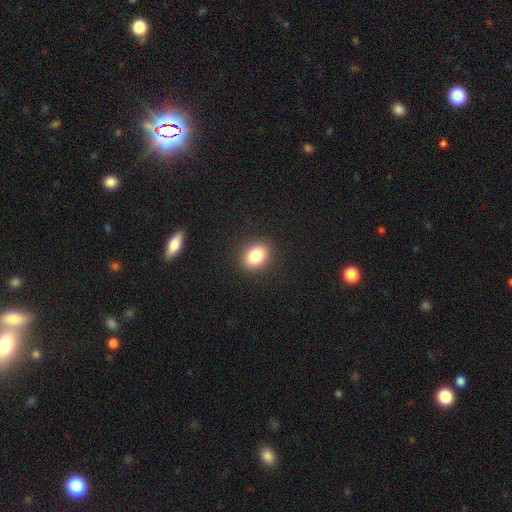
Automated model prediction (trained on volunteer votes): This is clearly a smooth galaxy (84%). How rounded: likely in between (63%). Merging: clearly none (89%).